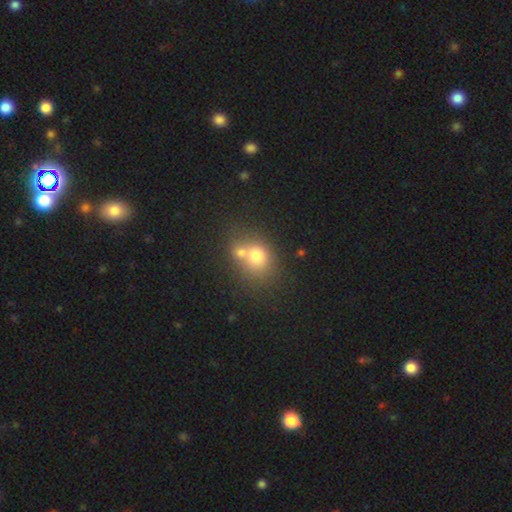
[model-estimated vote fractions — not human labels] Smooth or featured? Predicted: smooth (p=0.71). How rounded? Predicted: round (p=0.66). Merging? Predicted: merger (p=0.50).